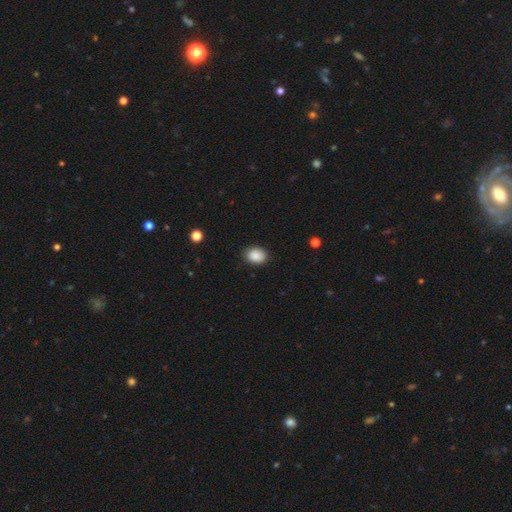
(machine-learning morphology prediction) Q: Smooth or featured?
A: smooth (88%); runner-up: star or artifact (8%)
Q: How rounded?
A: in between (63%); runner-up: round (36%)
Q: Merging?
A: none (86%); runner-up: minor disturbance (11%)